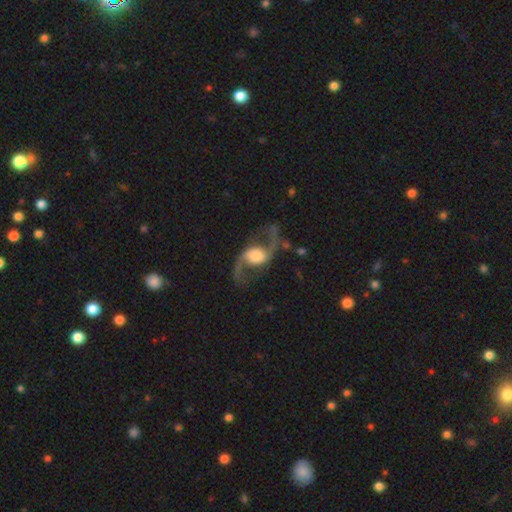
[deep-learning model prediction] Smooth or featured: featured or disk — 89% (smooth — 6%)
Edge-on disk: no — 96% (yes — 4%)
Bar: no — 53% (weak — 33%)
Spiral arms: yes — 97% (no — 3%)
Spiral winding: loose — 78% (medium — 19%)
Spiral arm count: 2 — 94% (1 — 2%)
Bulge size: large — 51% (moderate — 23%)
Merging: none — 73% (minor disturbance — 14%)